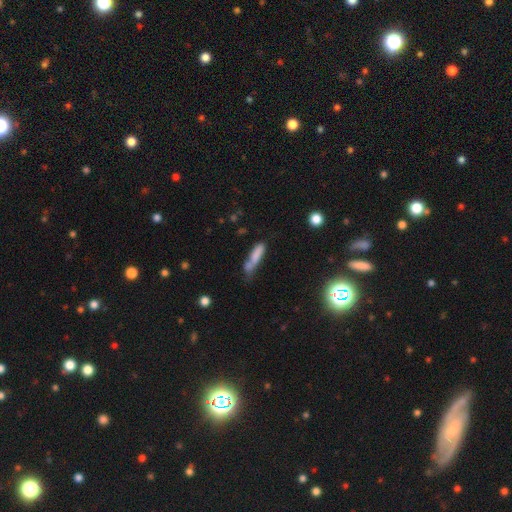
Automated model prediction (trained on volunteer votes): Smooth or featured? Predicted: smooth (p=0.74). How rounded? Predicted: cigar-shaped (p=0.71). Merging? Predicted: none (p=0.38).